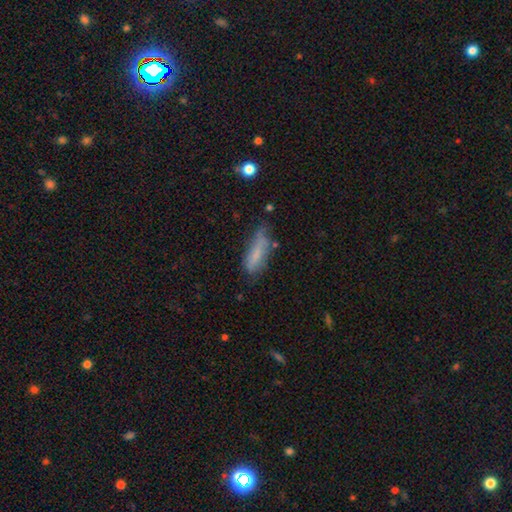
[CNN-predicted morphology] Smooth or featured? smooth (72%)
How rounded? in between (57%)
Merging? none (43%)